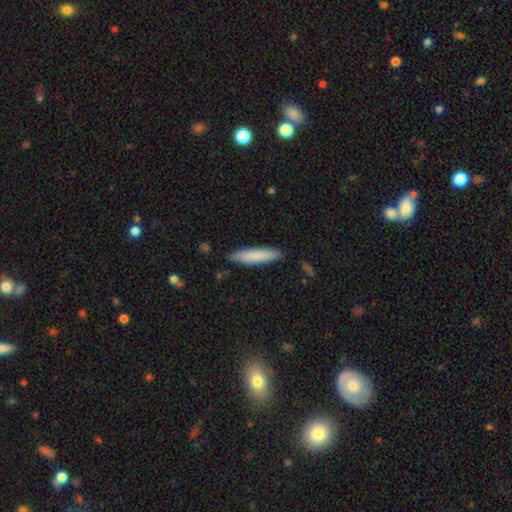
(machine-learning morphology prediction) This is clearly a smooth galaxy (81%). How rounded: clearly cigar-shaped (84%). Merging: clearly none (86%).